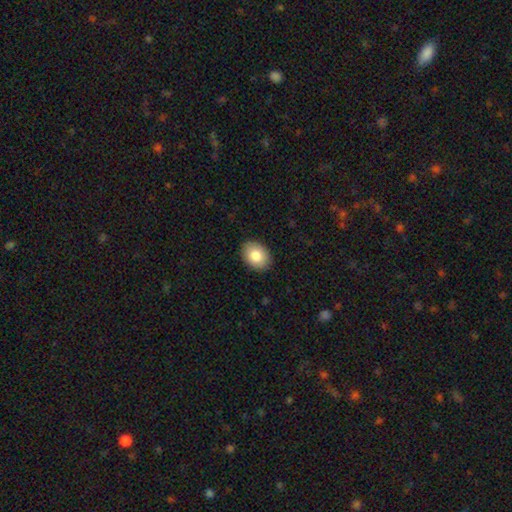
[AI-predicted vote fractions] Smooth or featured?
  - smooth: 84% *
  - featured or disk: 9%
  - star or artifact: 7%
How rounded?
  - in between: 72% *
  - round: 27%
  - cigar-shaped: 1%
Merging?
  - none: 89% *
  - minor disturbance: 8%
  - major disturbance: 2%
  - merger: 1%